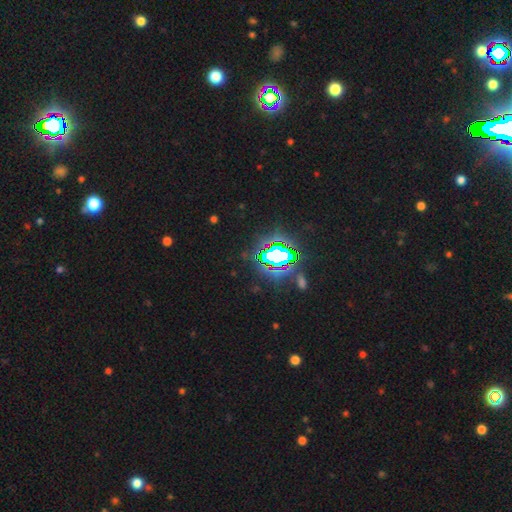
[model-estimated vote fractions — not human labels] Overall: star or artifact (84%).